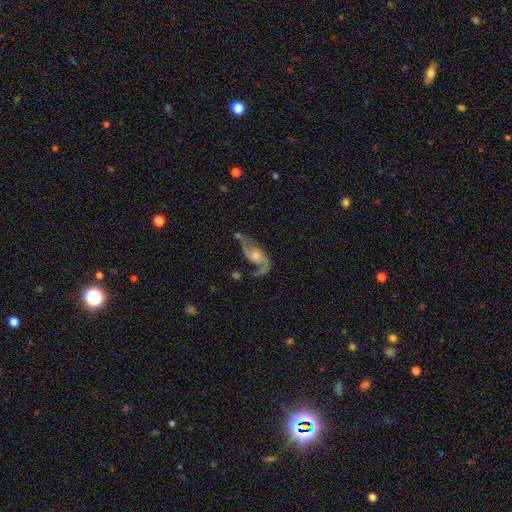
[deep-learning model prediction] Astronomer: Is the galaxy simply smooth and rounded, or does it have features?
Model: featured or disk — 82%.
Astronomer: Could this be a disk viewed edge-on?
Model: no — 94%.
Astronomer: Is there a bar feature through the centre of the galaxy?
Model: no — 63%.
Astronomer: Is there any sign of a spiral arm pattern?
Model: yes — 92%.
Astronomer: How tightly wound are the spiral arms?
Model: loose — 55% (runner-up: medium, 35%).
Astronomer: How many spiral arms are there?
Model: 2 — 86%.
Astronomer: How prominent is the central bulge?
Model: moderate — 52% (runner-up: small, 37%).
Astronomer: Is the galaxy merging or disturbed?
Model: none — 55%.